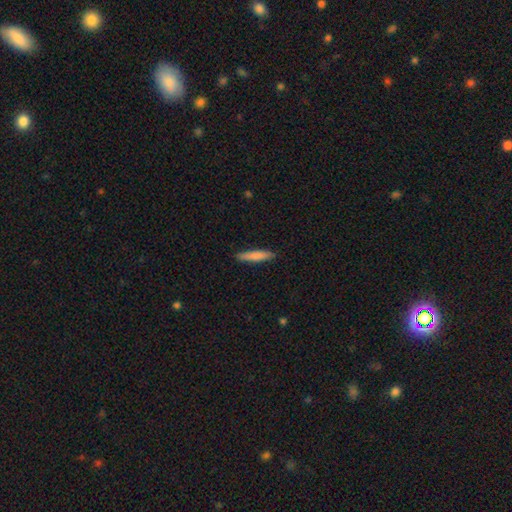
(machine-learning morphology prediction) A smooth galaxy with no disk features (80%) that is cigar-shaped (90%).

Vote fractions:
- Smooth or featured? smooth: 80% / featured or disk: 14% / star or artifact: 6%
- How rounded? cigar-shaped: 90% / in between: 9% / round: 1%
- Merging? none: 89% / minor disturbance: 8% / major disturbance: 2% / merger: 1%